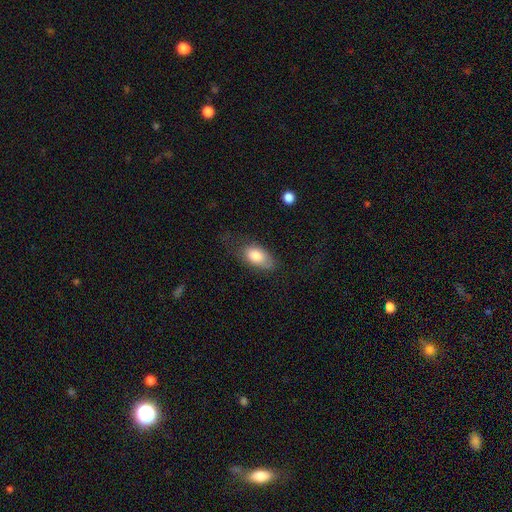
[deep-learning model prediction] The model was most divided on "merging": none: 51%, minor disturbance: 30%, major disturbance: 18%, merger: 2%. More confident: how rounded — in between (91%); smooth or featured — smooth (80%).